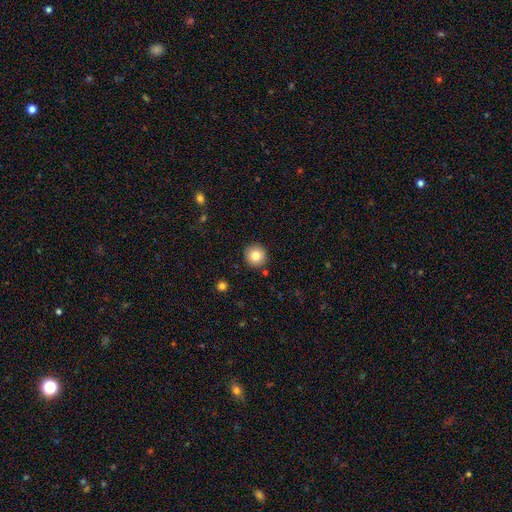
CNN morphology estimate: smooth-or-featured: smooth: 81% | star or artifact: 10% | featured or disk: 9%
  how-rounded: round: 95% | in between: 4% | cigar-shaped: 1%
  merging: none: 91% | minor disturbance: 6% | merger: 2% | major disturbance: 2%